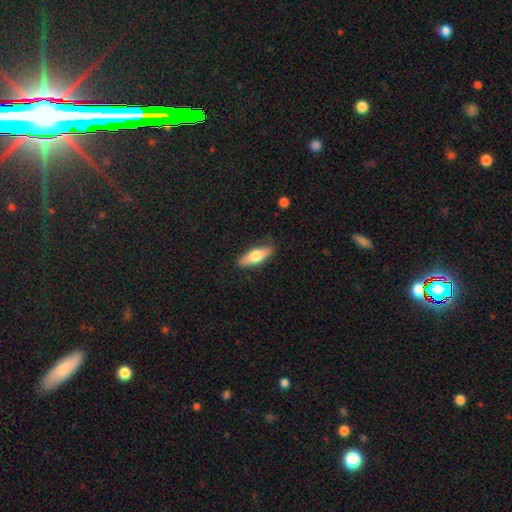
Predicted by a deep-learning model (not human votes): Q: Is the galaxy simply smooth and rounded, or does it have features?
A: smooth — 65%.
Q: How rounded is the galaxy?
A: in between — 52%.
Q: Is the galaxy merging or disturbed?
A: none — 85%.